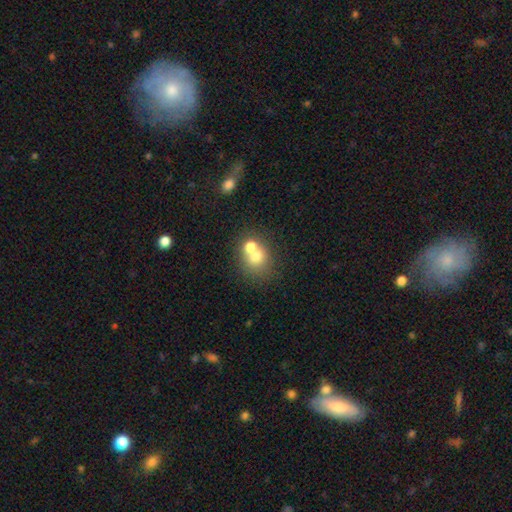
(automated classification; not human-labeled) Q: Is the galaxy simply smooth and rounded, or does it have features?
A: smooth — 69%.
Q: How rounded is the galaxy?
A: round — 73%.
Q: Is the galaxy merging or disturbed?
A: merger — 54%.